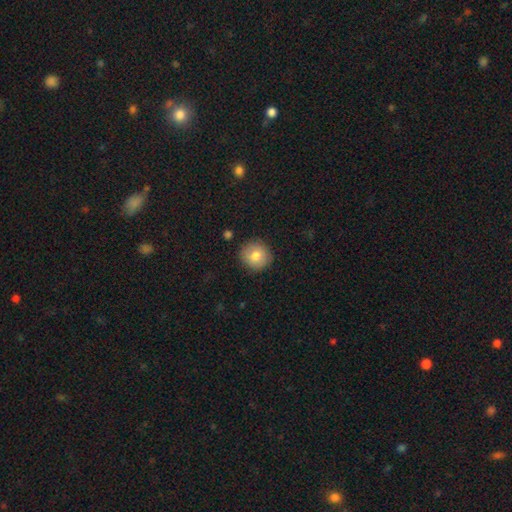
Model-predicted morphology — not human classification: The model was most divided on "smooth or featured": smooth: 79%, featured or disk: 12%, star or artifact: 9%. More confident: how rounded — round (92%); merging — none (88%).